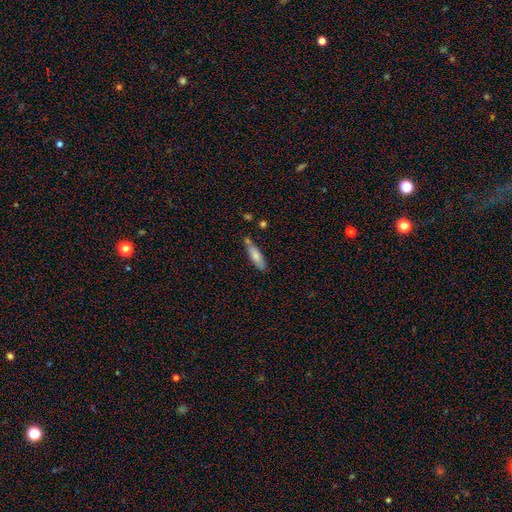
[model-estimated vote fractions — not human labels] The model was most divided on "how rounded": cigar-shaped: 62%, in between: 37%, round: 2%. More confident: smooth or featured — smooth (75%); merging — none (68%).